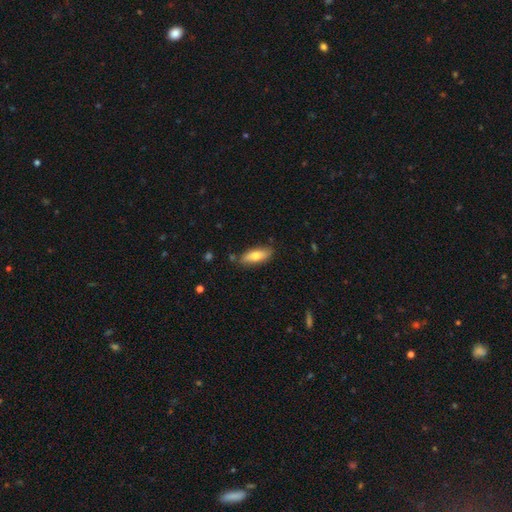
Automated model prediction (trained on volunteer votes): Overall: smooth (71%). How rounded: in between (69%; cigar-shaped 29%). Merging: none (83%).